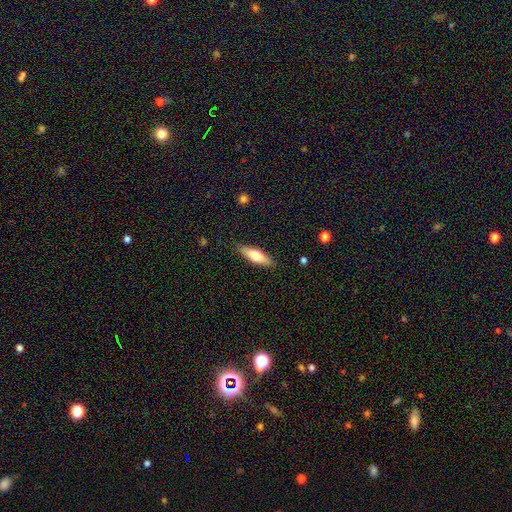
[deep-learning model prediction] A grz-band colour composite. It shows a smooth galaxy with no disk features (55%) that is cigar-shaped (59%). Merging: none (87%).